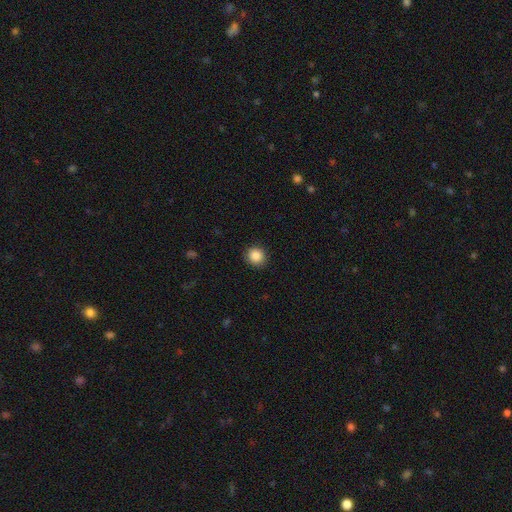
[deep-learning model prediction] Smooth or featured? Predicted: smooth (p=0.88). How rounded? Predicted: round (p=0.90). Merging? Predicted: none (p=0.90).